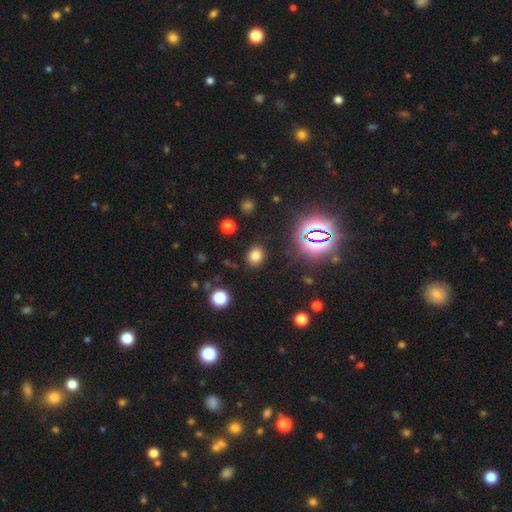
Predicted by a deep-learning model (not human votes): Smooth or featured: smooth — 74% (star or artifact — 20%)
How rounded: round — 57% (in between — 42%)
Merging: none — 86% (minor disturbance — 9%)